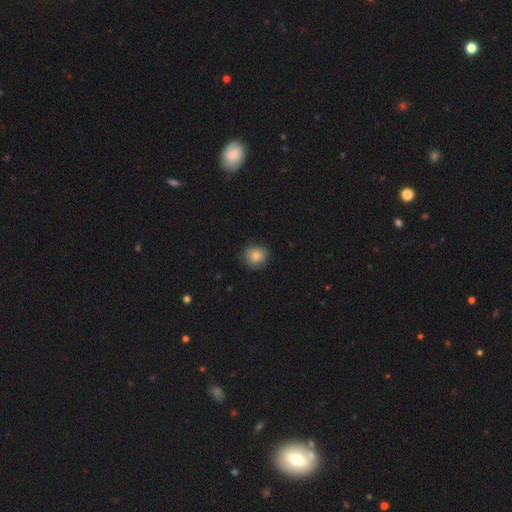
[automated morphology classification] Smooth or featured?
  - smooth: 85% *
  - star or artifact: 8%
  - featured or disk: 7%
How rounded?
  - round: 87% *
  - in between: 12%
  - cigar-shaped: 1%
Merging?
  - none: 84% *
  - minor disturbance: 12%
  - major disturbance: 3%
  - merger: 1%